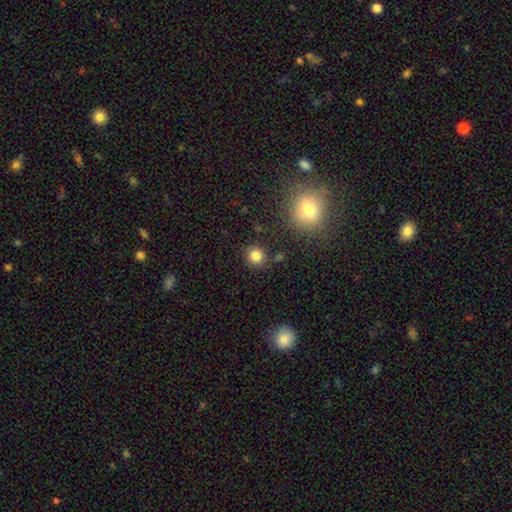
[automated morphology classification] Smooth or featured?
  - smooth: 82% *
  - star or artifact: 12%
  - featured or disk: 5%
How rounded?
  - round: 90% *
  - in between: 9%
  - cigar-shaped: 1%
Merging?
  - none: 83% *
  - minor disturbance: 10%
  - merger: 4%
  - major disturbance: 3%